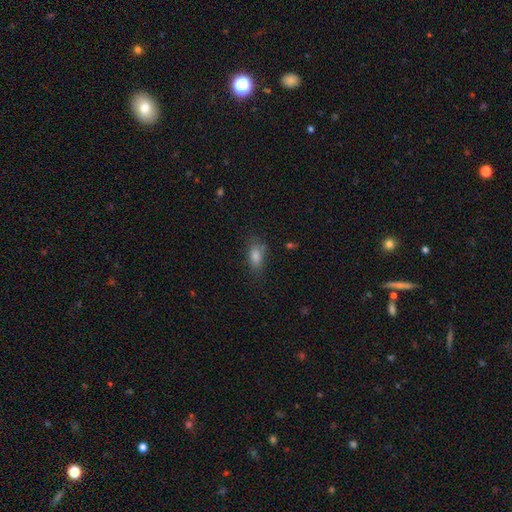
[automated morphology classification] A smooth galaxy with no disk features (72%) that is in between round and cigar-shaped (76%).

Vote fractions:
- Smooth or featured? smooth: 72% / star or artifact: 14% / featured or disk: 13%
- How rounded? in between: 76% / cigar-shaped: 17% / round: 7%
- Merging? none: 64% / minor disturbance: 23% / major disturbance: 10% / merger: 3%